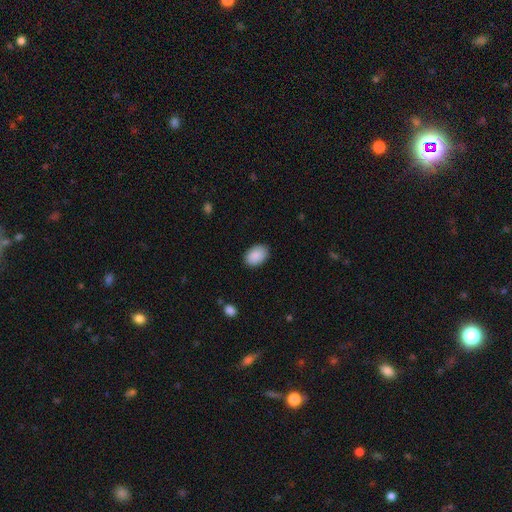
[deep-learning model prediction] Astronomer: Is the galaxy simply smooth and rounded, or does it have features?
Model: smooth — 90%.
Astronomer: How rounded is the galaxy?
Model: in between — 87%.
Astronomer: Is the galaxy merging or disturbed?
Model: none — 86%.